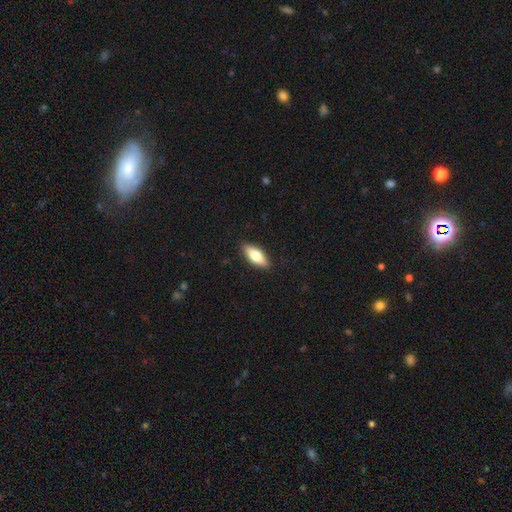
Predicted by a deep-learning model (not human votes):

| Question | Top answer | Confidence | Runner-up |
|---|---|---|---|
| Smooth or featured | smooth | 73% | featured or disk (22%) |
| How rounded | in between | 73% | cigar-shaped (25%) |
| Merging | none | 88% | minor disturbance (9%) |